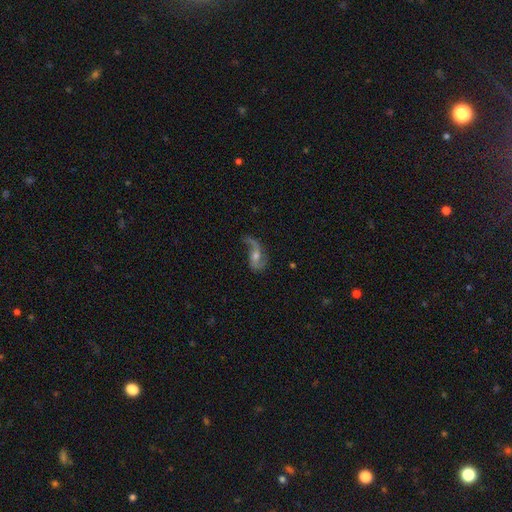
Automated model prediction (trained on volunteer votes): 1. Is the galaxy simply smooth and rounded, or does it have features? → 82% featured or disk, 11% smooth, 7% star or artifact.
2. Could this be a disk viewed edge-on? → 95% no, 5% yes.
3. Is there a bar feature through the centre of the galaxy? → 53% no, 35% weak, 12% strong.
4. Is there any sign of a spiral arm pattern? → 93% yes, 7% no.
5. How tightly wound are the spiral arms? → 78% loose, 17% medium, 5% tight.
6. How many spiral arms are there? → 79% 2, 15% 1, 3% can't tell, 1% 3, 1% 4, 1% more than 4.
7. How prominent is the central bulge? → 52% moderate, 39% small, 4% none, 4% large, 1% dominant.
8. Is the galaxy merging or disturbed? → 54% none, 22% major disturbance, 21% minor disturbance, 4% merger.